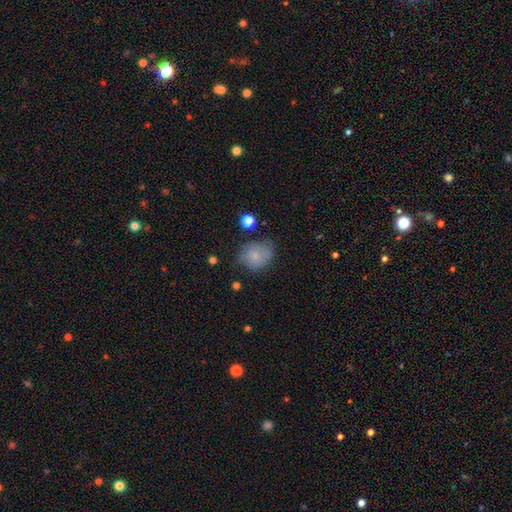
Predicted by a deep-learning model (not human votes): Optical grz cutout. It shows a smooth galaxy with no disk features (73%) that is round (56%). Merging: none (58%).